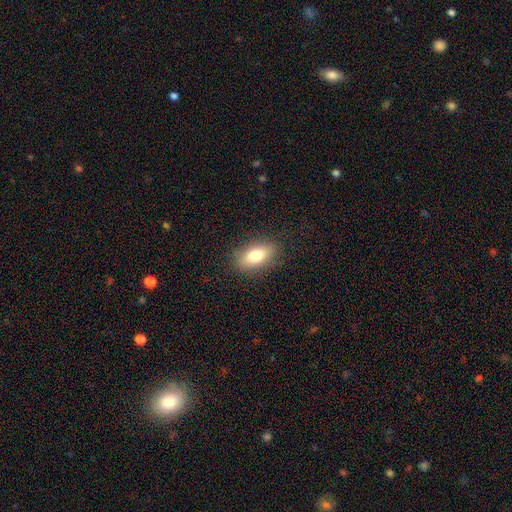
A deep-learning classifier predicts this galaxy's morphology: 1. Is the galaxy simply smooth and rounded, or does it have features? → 78% smooth, 14% featured or disk, 8% star or artifact.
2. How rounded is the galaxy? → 86% in between, 7% cigar-shaped, 7% round.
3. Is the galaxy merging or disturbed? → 86% none, 10% minor disturbance, 3% major disturbance, 1% merger.